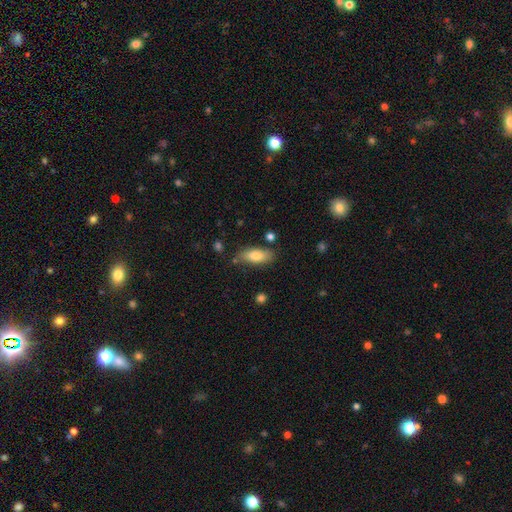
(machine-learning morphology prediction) A smooth galaxy with no disk features (78%) that is in between round and cigar-shaped (79%). Merging: none (78%).